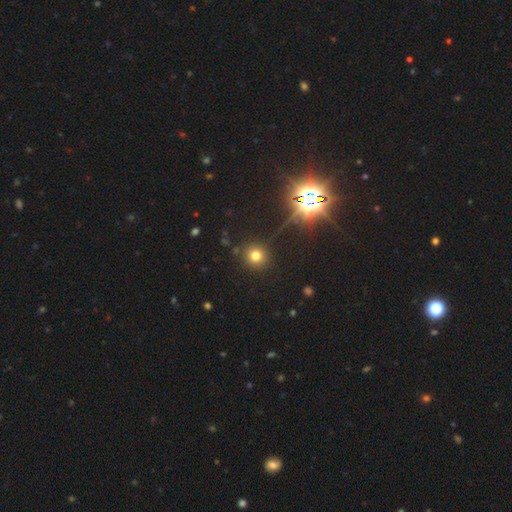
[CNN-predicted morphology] This appears to be a smooth galaxy with no disk features (72%) that is round (91%). Merging: none (88%).